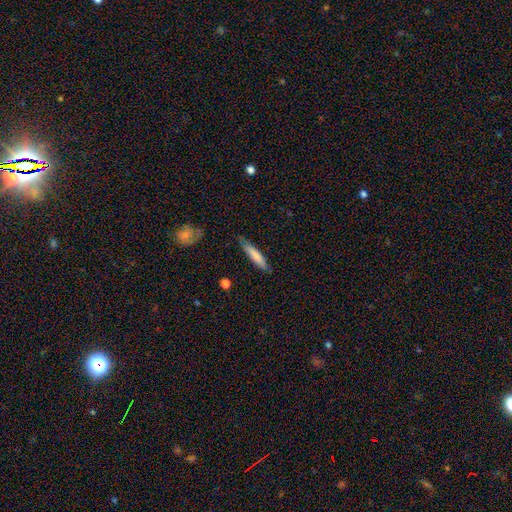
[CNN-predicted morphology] smooth_or_featured: smooth (p=0.74) [alt: featured or disk p=0.20]
how_rounded: cigar-shaped (p=0.88) [alt: in between p=0.11]
merging: none (p=0.76) [alt: minor disturbance p=0.18]